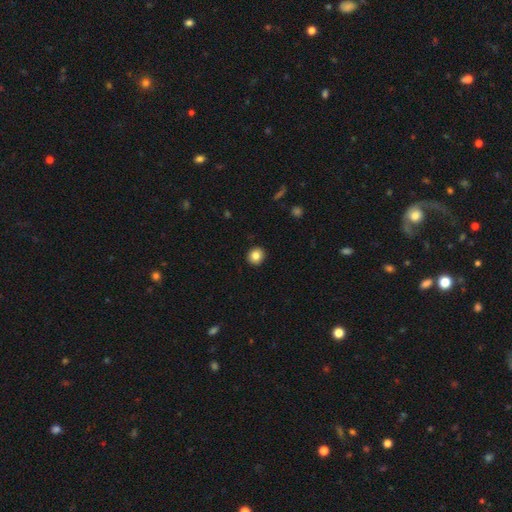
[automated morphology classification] This is clearly a smooth galaxy (84%). How rounded: clearly round (90%). Merging: clearly none (92%).